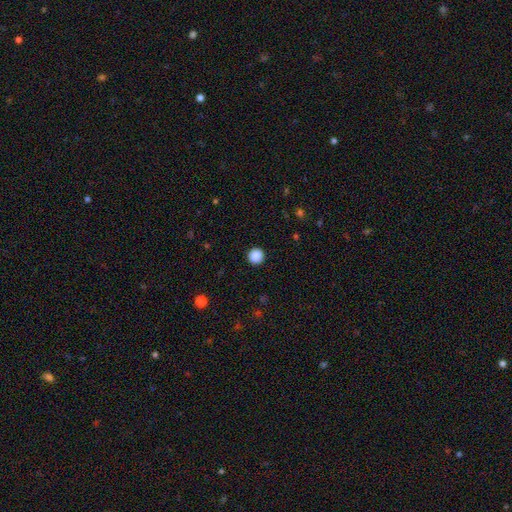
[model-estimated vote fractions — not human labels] A smooth galaxy with no disk features (88%) that is round (96%). Merging: none (93%).